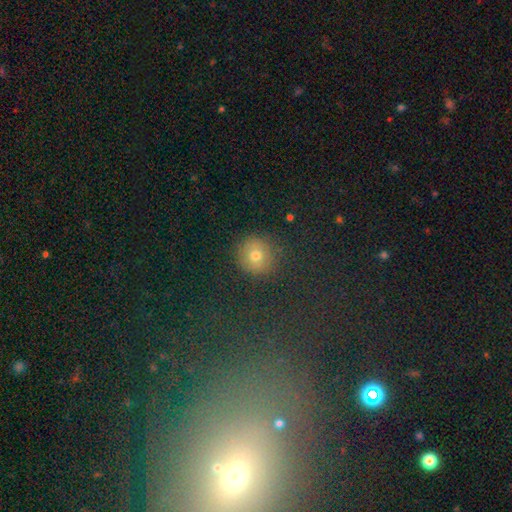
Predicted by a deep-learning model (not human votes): A smooth galaxy with no disk features (69%) that is round (92%). Merging: none (86%).